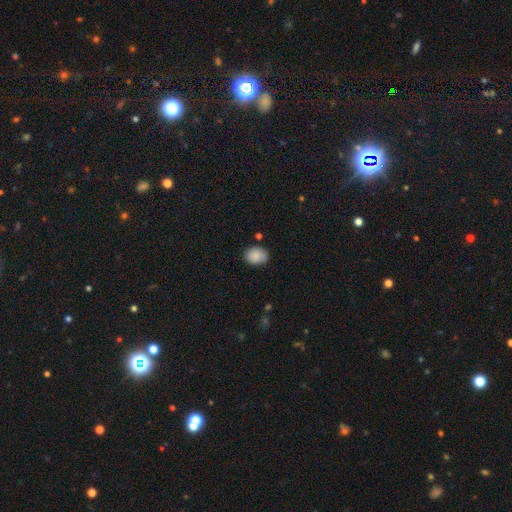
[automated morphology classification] A smooth galaxy with no disk features (88%) that is in between round and cigar-shaped (54%).

Vote fractions:
- Smooth or featured? smooth: 88% / star or artifact: 7% / featured or disk: 4%
- How rounded? in between: 54% / round: 45% / cigar-shaped: 1%
- Merging? none: 77% / minor disturbance: 17% / major disturbance: 3% / merger: 3%